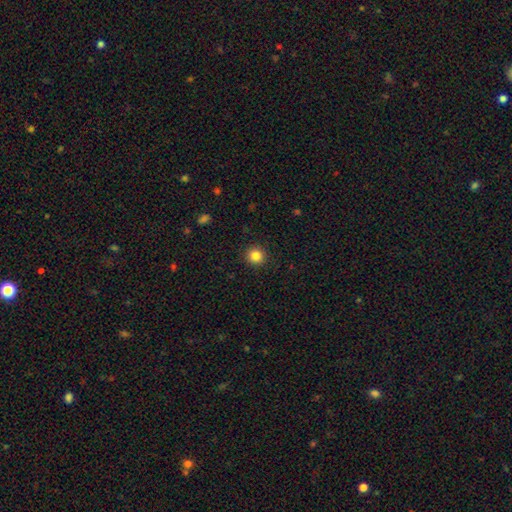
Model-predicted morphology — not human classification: smooth_or_featured: smooth (p=0.84) [alt: star or artifact p=0.12]
how_rounded: round (p=0.94) [alt: in between p=0.05]
merging: none (p=0.92) [alt: minor disturbance p=0.05]